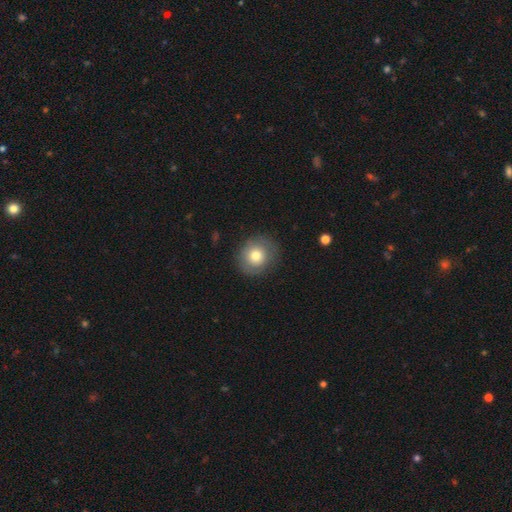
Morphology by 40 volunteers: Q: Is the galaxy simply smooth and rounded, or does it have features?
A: smooth — 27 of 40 (68%).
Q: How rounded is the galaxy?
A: round — 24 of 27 (89%).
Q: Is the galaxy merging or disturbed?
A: none — 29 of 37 (78%).